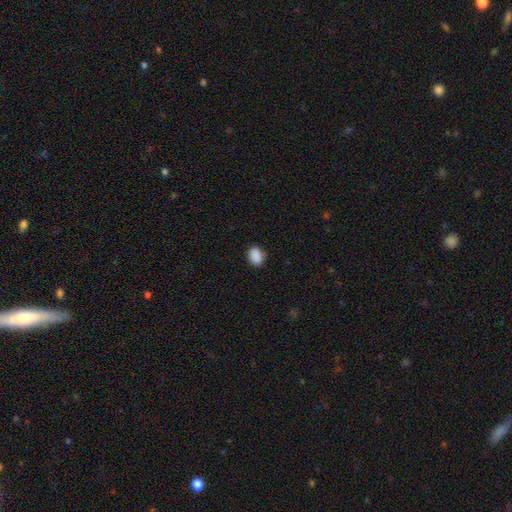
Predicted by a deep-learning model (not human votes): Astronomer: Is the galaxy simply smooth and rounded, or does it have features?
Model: smooth — 89%.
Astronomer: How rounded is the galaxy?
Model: in between — 67%.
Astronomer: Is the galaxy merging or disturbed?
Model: none — 85%.